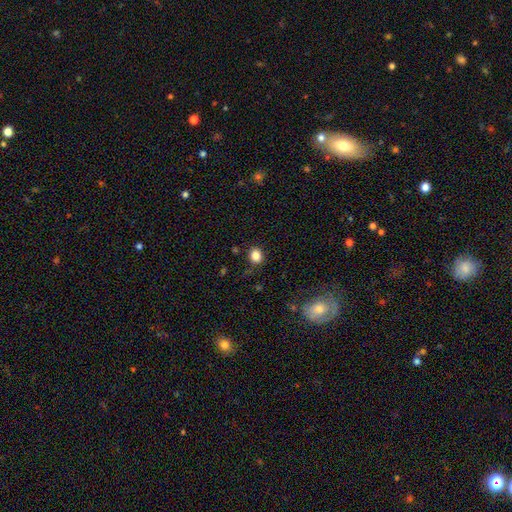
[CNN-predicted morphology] A smooth galaxy with no disk features (84%) that is round (71%).

Vote fractions:
- Smooth or featured? smooth: 84% / star or artifact: 12% / featured or disk: 5%
- How rounded? round: 71% / in between: 28% / cigar-shaped: 1%
- Merging? none: 84% / minor disturbance: 11% / major disturbance: 3% / merger: 2%